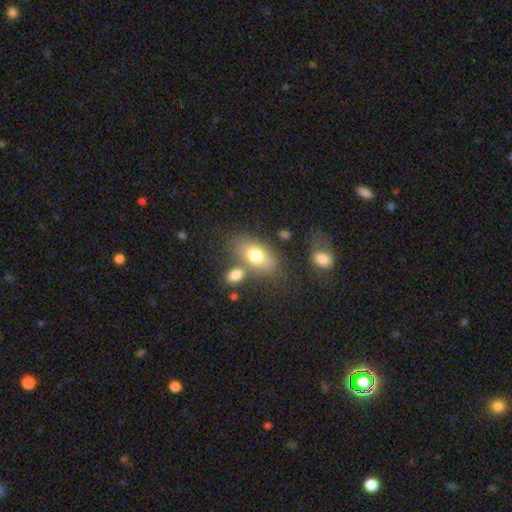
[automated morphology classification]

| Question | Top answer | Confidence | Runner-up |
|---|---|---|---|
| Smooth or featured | smooth | 75% | featured or disk (17%) |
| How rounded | in between | 90% | round (8%) |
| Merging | none | 56% | merger (23%) |